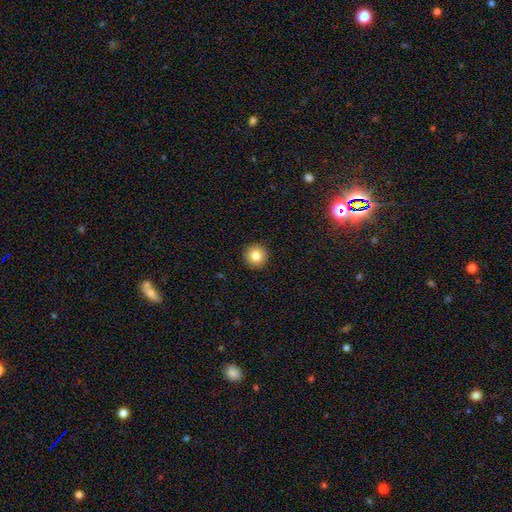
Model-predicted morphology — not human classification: This appears to be a smooth galaxy with no disk features (82%) that is round (96%). Merging: none (93%).